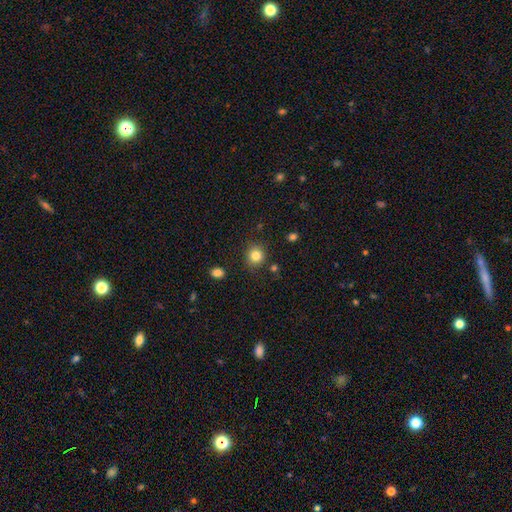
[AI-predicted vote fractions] Morphology: type=smooth (83%); roundness=round (86%); merging=none (86%).